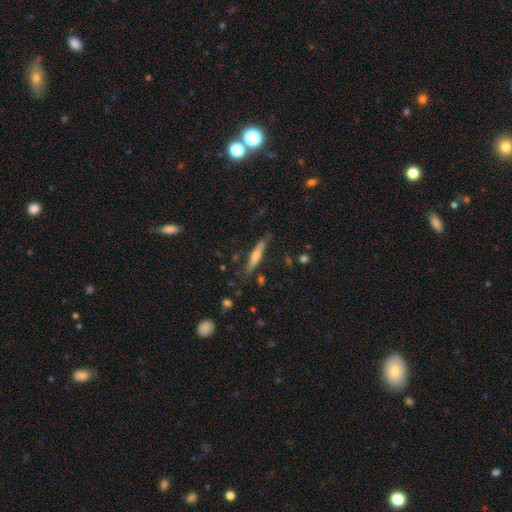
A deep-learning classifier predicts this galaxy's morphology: featured or disk 53%, smooth 41%, star or artifact 7%. Down the decision tree: edge-on disk — yes (94%); merging — none (81%).